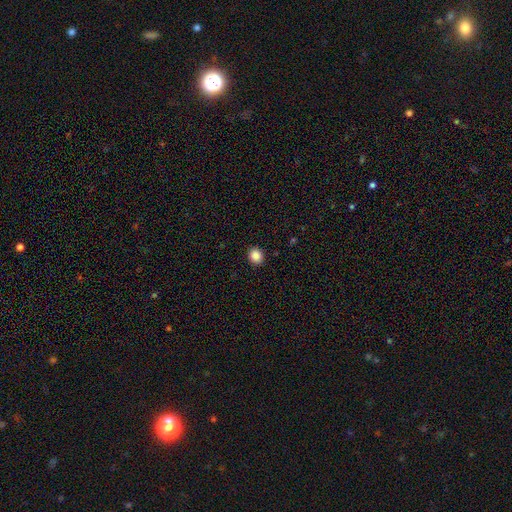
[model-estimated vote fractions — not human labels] A smooth galaxy with no disk features (87%) that is round (76%). Merging: none (92%).